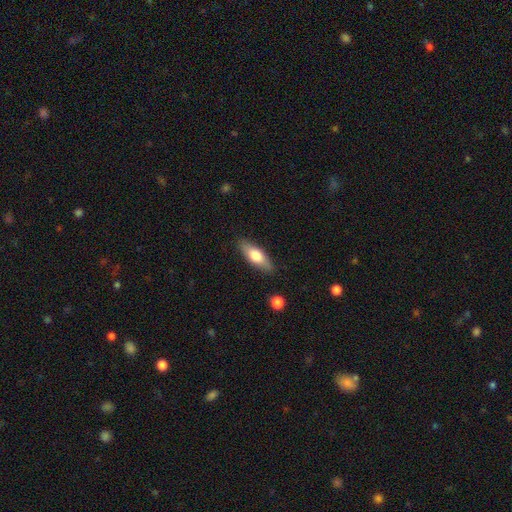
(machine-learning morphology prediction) Smooth or featured? smooth (67%)
How rounded? in between (63%)
Merging? none (85%)